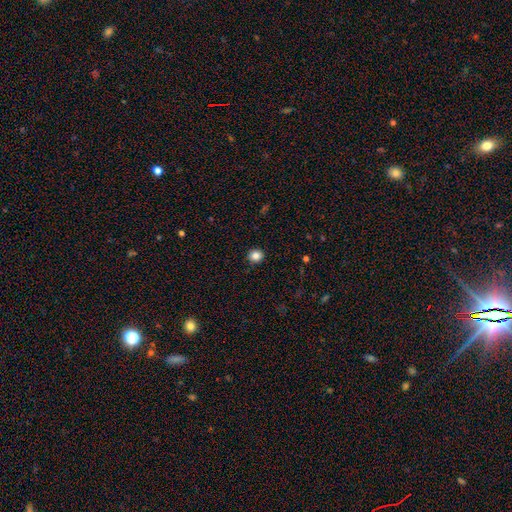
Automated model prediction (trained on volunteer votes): Q: Smooth or featured?
A: smooth (84%); runner-up: star or artifact (11%)
Q: How rounded?
A: round (82%); runner-up: in between (18%)
Q: Merging?
A: none (90%); runner-up: minor disturbance (7%)